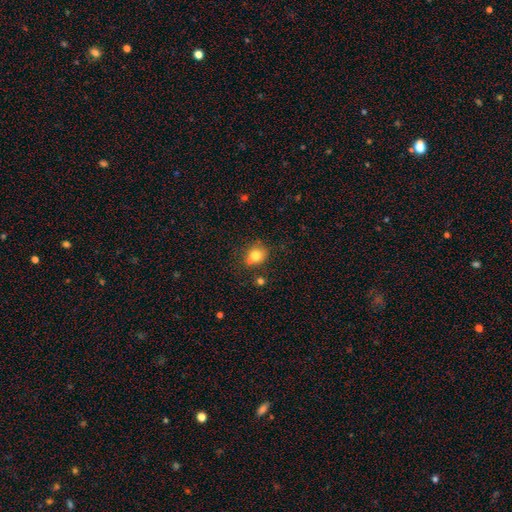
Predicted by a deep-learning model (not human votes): Morphology: type=smooth (79%); roundness=round (61%); merging=none (72%).